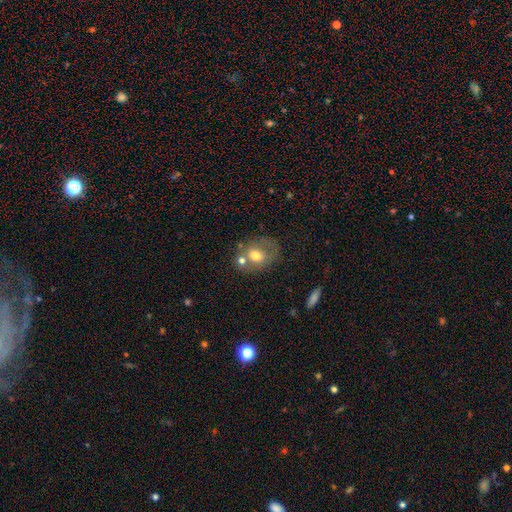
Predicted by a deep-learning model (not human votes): smooth-or-featured: smooth: 59% | featured or disk: 32% | star or artifact: 10%
  how-rounded: in between: 51% | round: 48% | cigar-shaped: 1%
  merging: none: 48% | merger: 25% | minor disturbance: 18% | major disturbance: 9%